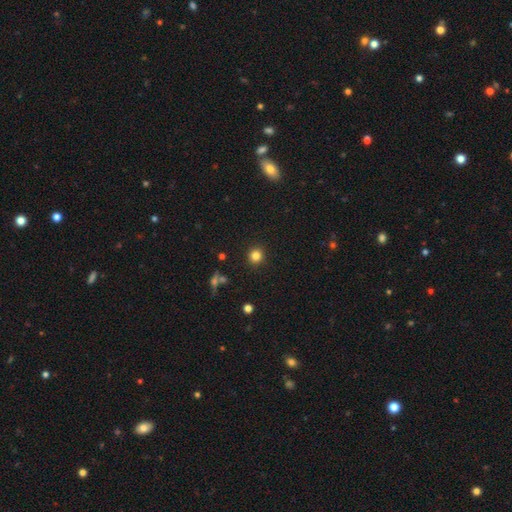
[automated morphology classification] A smooth galaxy with no disk features (82%) that is round (93%).

Vote fractions:
- Smooth or featured? smooth: 82% / star or artifact: 13% / featured or disk: 6%
- How rounded? round: 93% / in between: 6% / cigar-shaped: 1%
- Merging? none: 90% / minor disturbance: 6% / major disturbance: 2% / merger: 2%